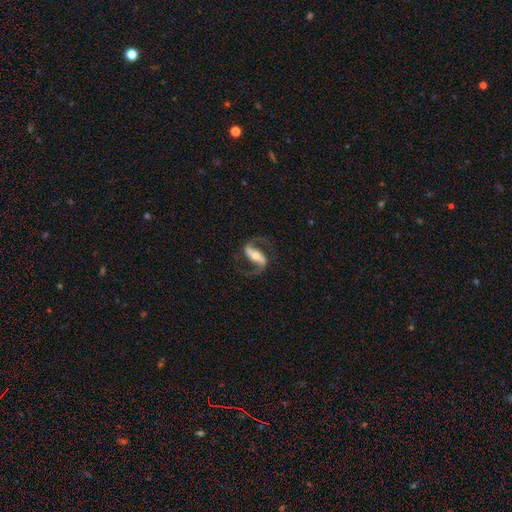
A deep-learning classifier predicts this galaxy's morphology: The model was most divided on "spiral winding": loose: 46%, medium: 43%, tight: 10%. More confident: spiral arms — yes (96%); edge-on disk — no (93%); spiral arm count — 2 (92%); smooth or featured — featured or disk (87%); merging — none (76%); bar — strong (63%); bulge size — moderate (56%).